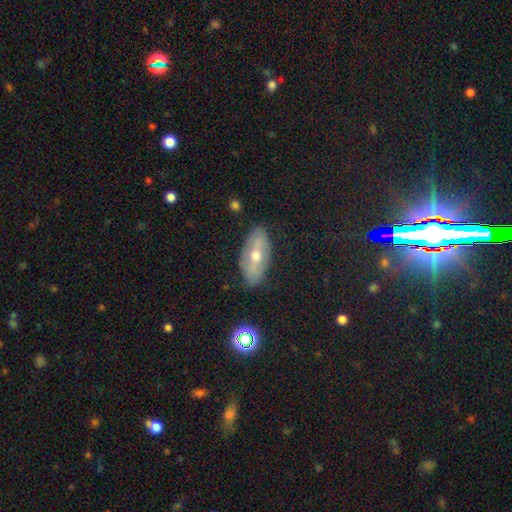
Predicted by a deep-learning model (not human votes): Smooth or featured? featured or disk (55%)
Edge-on disk? no (76%)
Merging? none (79%)